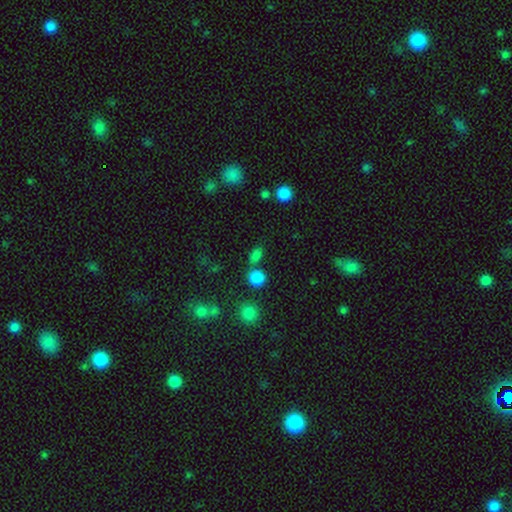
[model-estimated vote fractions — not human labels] A smooth galaxy with no disk features (80%) that is in between round and cigar-shaped (52%). Merging: none (66%).